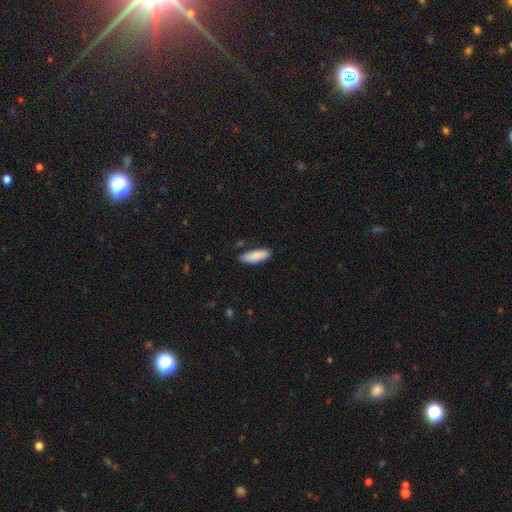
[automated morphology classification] Smooth or featured? Predicted: smooth (p=0.87). How rounded? Predicted: in between (p=0.60). Merging? Predicted: none (p=0.79).